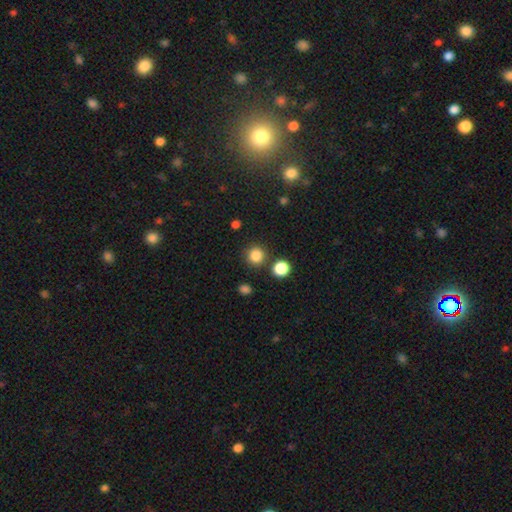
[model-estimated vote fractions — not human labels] Smooth or featured? smooth (84%)
How rounded? round (92%)
Merging? none (83%)